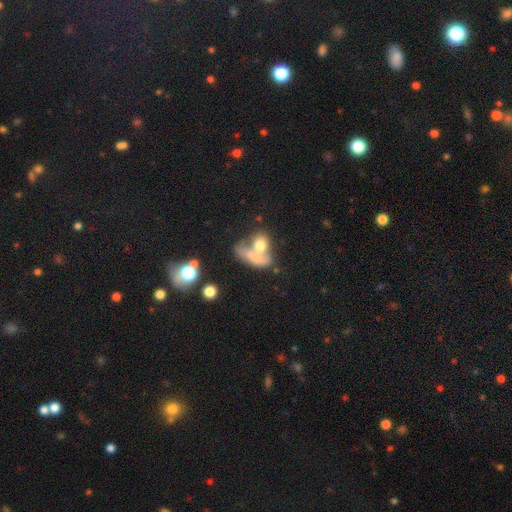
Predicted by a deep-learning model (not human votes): Smooth or featured: smooth — 62% (featured or disk — 26%)
How rounded: in between — 60% (round — 25%)
Merging: merger — 54% (none — 24%)